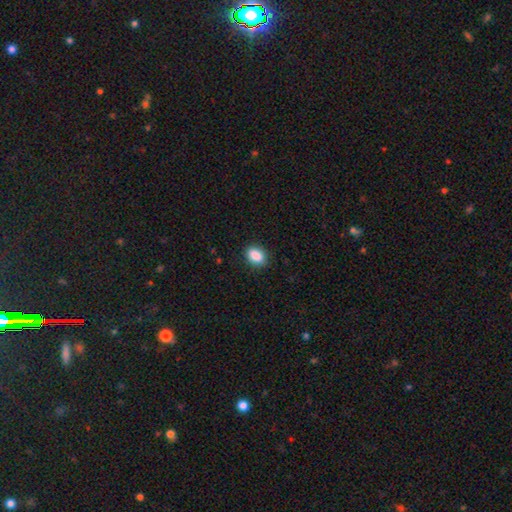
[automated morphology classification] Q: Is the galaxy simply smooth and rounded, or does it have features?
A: smooth — 88%.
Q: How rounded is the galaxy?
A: in between — 81%.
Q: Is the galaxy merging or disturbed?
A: none — 88%.